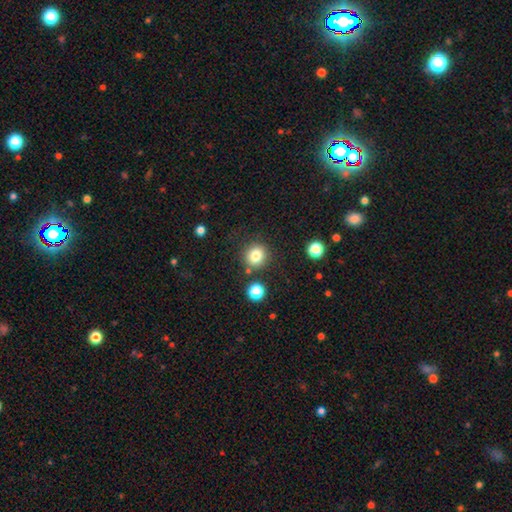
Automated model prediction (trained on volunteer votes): Smooth or featured: smooth — 81% (star or artifact — 12%)
How rounded: round — 88% (in between — 11%)
Merging: none — 83% (minor disturbance — 9%)